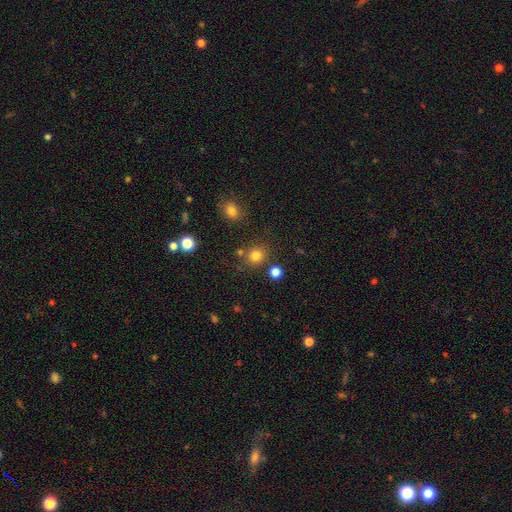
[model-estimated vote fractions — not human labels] Smooth or featured?
  - smooth: 80% *
  - star or artifact: 15%
  - featured or disk: 5%
How rounded?
  - round: 87% *
  - in between: 13%
  - cigar-shaped: 1%
Merging?
  - none: 79% *
  - merger: 9%
  - minor disturbance: 8%
  - major disturbance: 3%